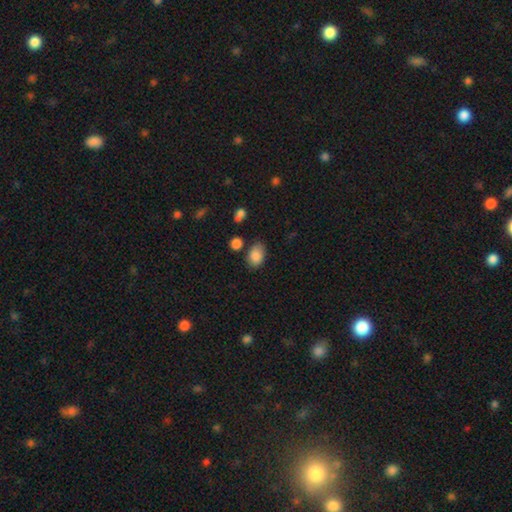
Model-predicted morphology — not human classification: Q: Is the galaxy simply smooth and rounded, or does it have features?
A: smooth — 87%.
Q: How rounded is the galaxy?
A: in between — 84%.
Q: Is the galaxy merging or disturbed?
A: none — 69%.